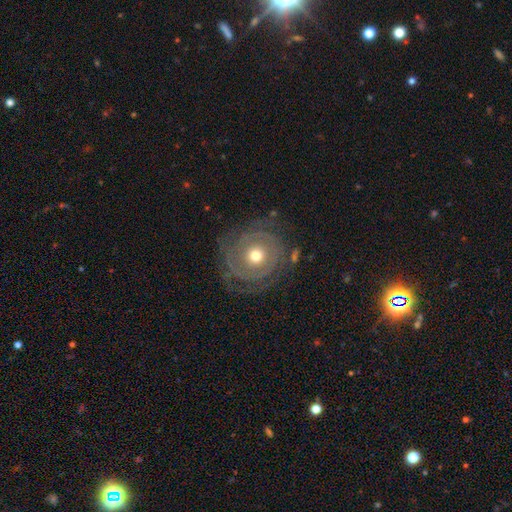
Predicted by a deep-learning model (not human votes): This is likely a featured or disk galaxy (69%). It is clearly not viewed edge-on (96%). Bar: clearly no (80%). Spiral arm pattern: clearly yes (81%). Spiral arm count: marginally can't tell (42%). Spiral winding: likely tight (76%). Central bulge: likely moderate (68%). Merging: likely none (79%).